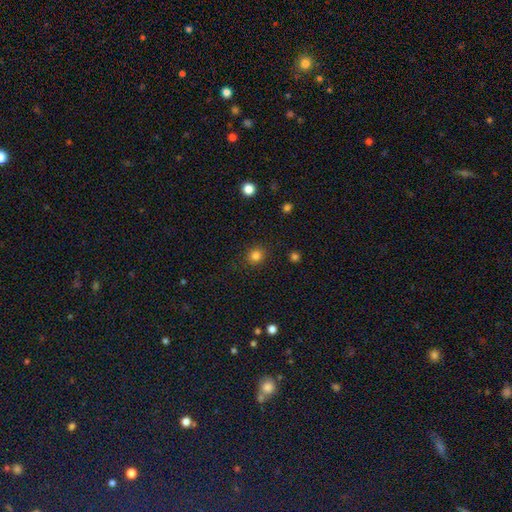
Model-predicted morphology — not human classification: smooth_or_featured: smooth (p=0.82) [alt: star or artifact p=0.13]
how_rounded: round (p=0.83) [alt: in between p=0.16]
merging: none (p=0.88) [alt: minor disturbance p=0.08]